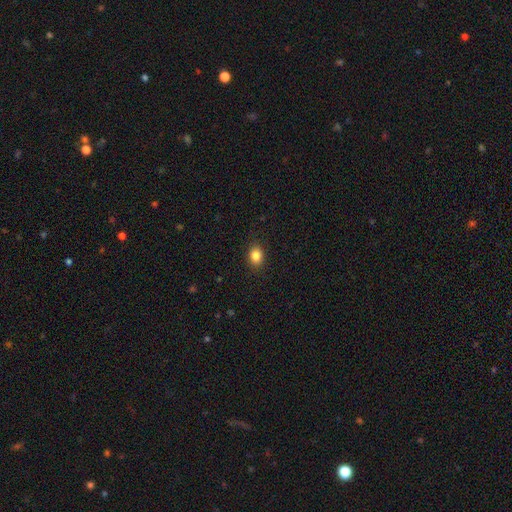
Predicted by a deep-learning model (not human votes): Overall: smooth (84%). How rounded: in between (59%; round 40%). Merging: none (88%).